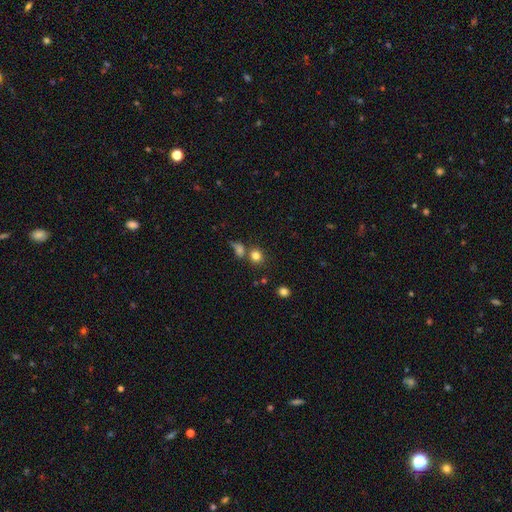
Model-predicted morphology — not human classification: smooth-or-featured: smooth: 80% | star or artifact: 13% | featured or disk: 7%
  how-rounded: round: 84% | in between: 15% | cigar-shaped: 1%
  merging: none: 61% | merger: 24% | minor disturbance: 10% | major disturbance: 6%